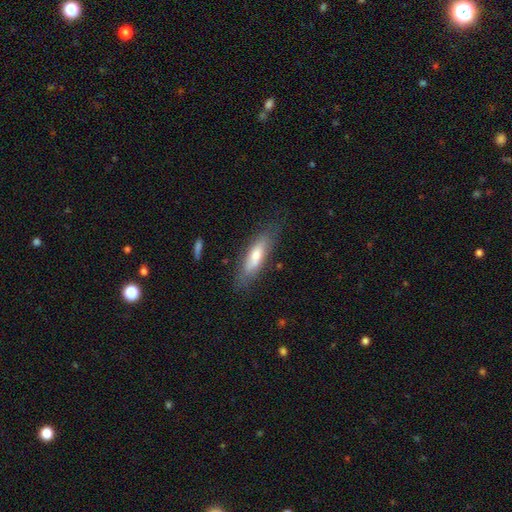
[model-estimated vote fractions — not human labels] Morphology: type=smooth (59%); roundness=cigar-shaped (55%); merging=none (76%).